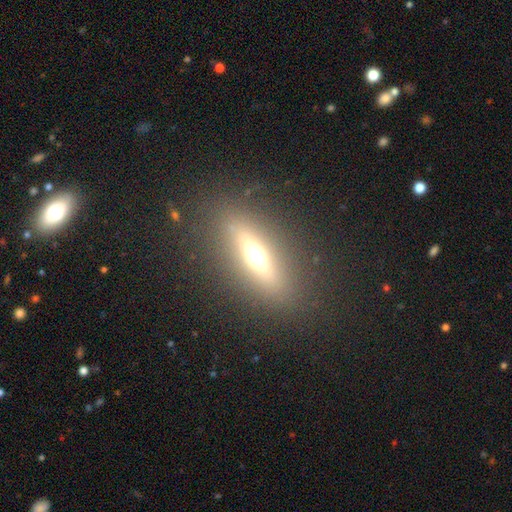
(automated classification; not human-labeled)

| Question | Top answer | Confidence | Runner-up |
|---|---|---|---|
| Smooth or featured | featured or disk | 44% | smooth (37%) |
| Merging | none | 84% | minor disturbance (9%) |